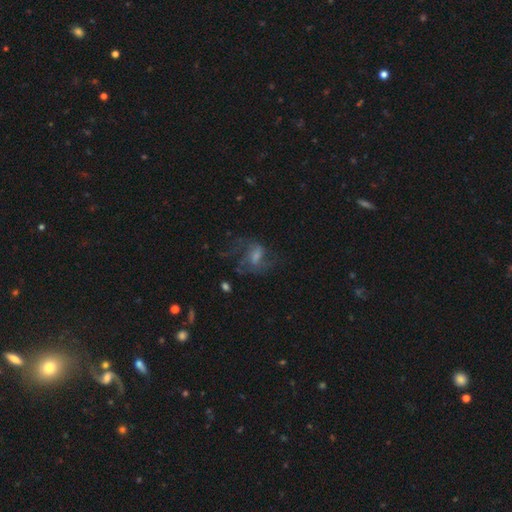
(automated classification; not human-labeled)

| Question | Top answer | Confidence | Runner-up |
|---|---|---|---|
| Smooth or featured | featured or disk | 57% | smooth (25%) |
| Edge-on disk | no | 96% | yes (4%) |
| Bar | no | 47% | weak (42%) |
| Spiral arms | yes | 70% | no (30%) |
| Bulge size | moderate | 36% | small (29%) |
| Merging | none | 47% | major disturbance (32%) |